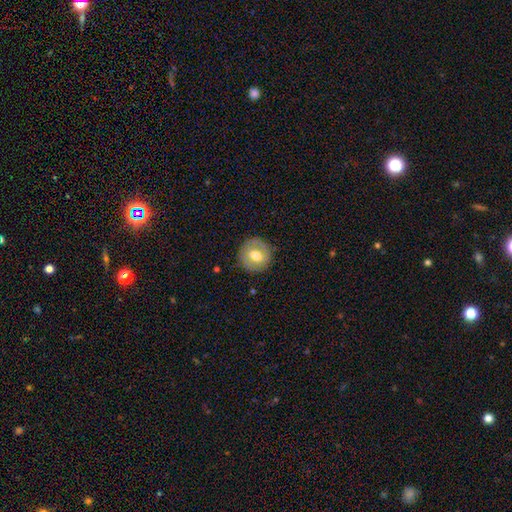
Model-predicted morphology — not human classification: Smooth or featured? smooth (55%)
How rounded? round (92%)
Merging? none (85%)